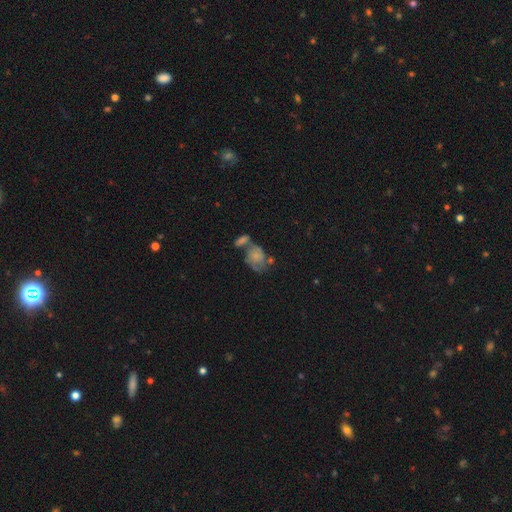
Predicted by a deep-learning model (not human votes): Smooth or featured?
  - smooth: 48% *
  - featured or disk: 42%
  - star or artifact: 10%
Merging?
  - merger: 40% *
  - none: 29%
  - minor disturbance: 18%
  - major disturbance: 14%